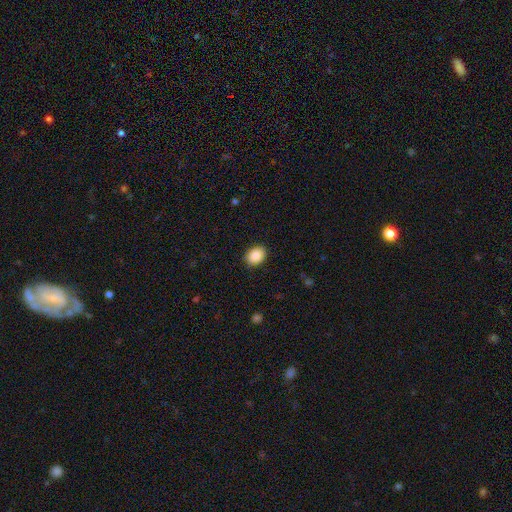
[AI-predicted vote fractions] Q: Smooth or featured?
A: smooth (89%); runner-up: star or artifact (8%)
Q: How rounded?
A: in between (63%); runner-up: round (36%)
Q: Merging?
A: none (89%); runner-up: minor disturbance (8%)